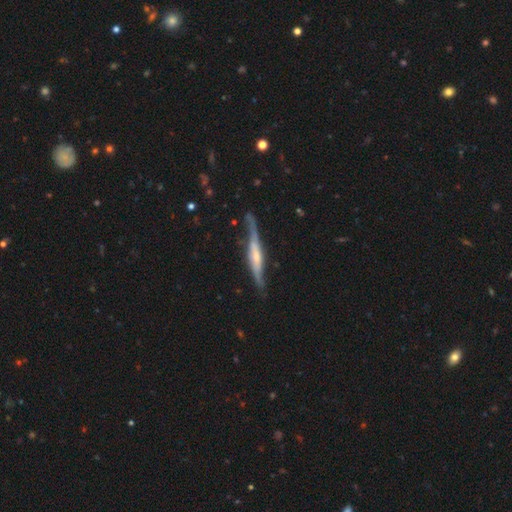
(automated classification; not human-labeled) featured or disk 70%, smooth 25%, star or artifact 5%. Down the decision tree: edge-on disk — yes (79%); edge-on bulge — rounded (48%); merging — none (58%).